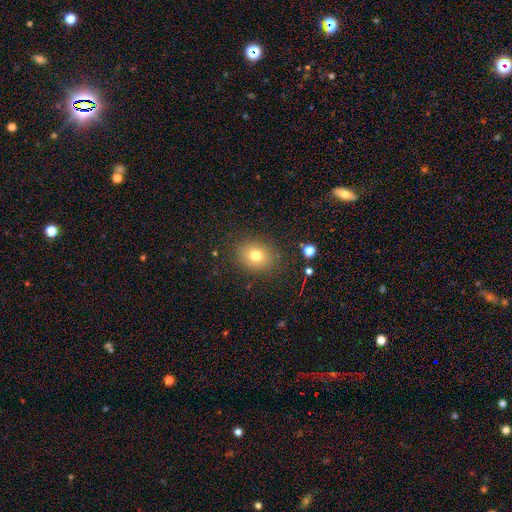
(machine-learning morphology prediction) type=smooth (76%); roundness=round (56%); merging=none (84%).